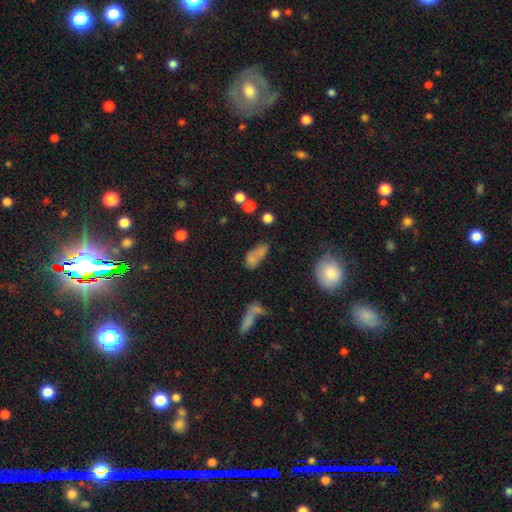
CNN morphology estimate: Smooth or featured: smooth — 66% (featured or disk — 18%)
How rounded: in between — 73% (round — 15%)
Merging: merger — 39% (none — 33%)